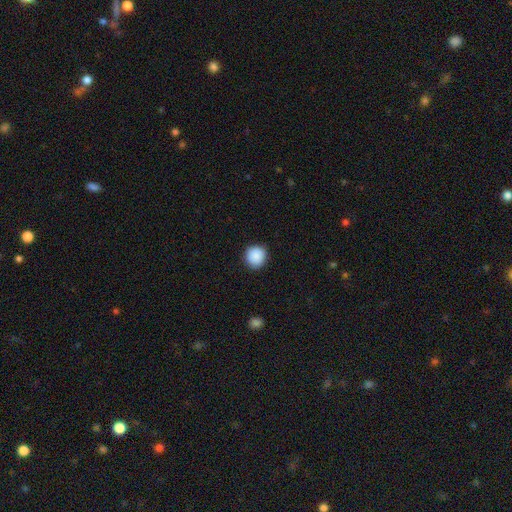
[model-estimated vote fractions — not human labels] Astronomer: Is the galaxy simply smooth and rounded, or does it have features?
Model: smooth — 89%.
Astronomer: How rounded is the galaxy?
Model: round — 93%.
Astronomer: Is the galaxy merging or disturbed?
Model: none — 90%.